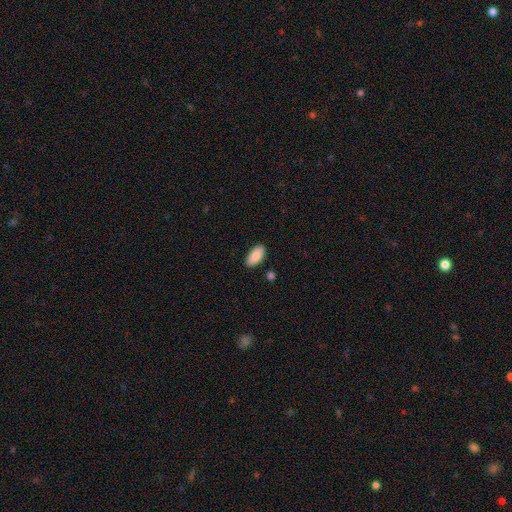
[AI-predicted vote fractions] smooth 88%, star or artifact 6%, featured or disk 6%. Down the decision tree: how rounded — in between (92%); merging — none (87%).